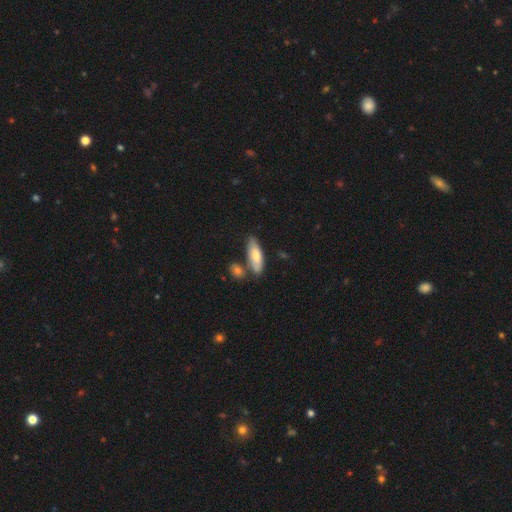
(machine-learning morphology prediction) A smooth galaxy with no disk features (69%) that is in between round and cigar-shaped (53%). Merging: none (69%).